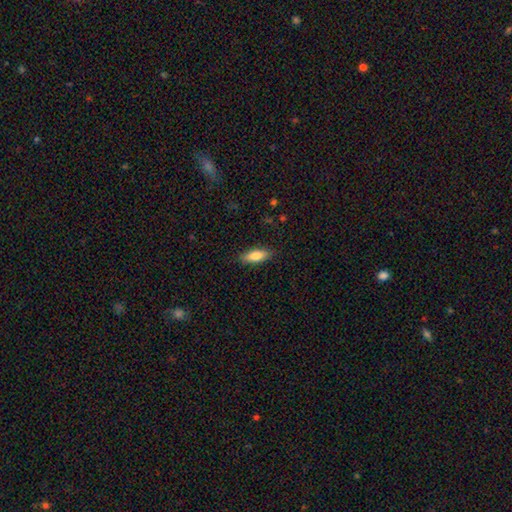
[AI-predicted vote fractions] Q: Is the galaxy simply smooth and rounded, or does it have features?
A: smooth — 79%.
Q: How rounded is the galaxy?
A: in between — 68%.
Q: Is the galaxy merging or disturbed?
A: none — 87%.